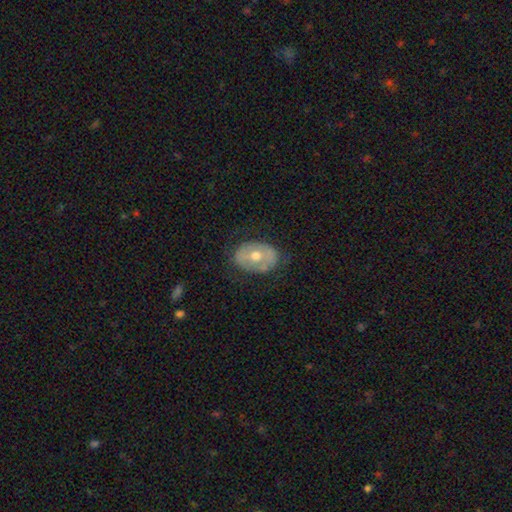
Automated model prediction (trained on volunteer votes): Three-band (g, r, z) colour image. It shows a featured or disk galaxy (50%). Merging: none (74%).